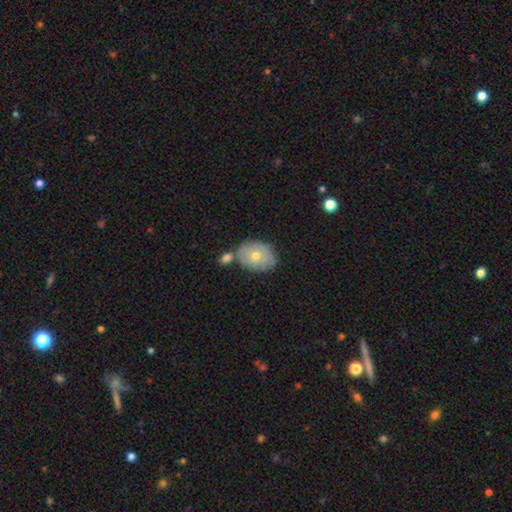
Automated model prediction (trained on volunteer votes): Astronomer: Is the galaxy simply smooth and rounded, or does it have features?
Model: smooth — 62%.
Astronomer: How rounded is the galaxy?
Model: in between — 68%.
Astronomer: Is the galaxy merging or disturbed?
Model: none — 62%.